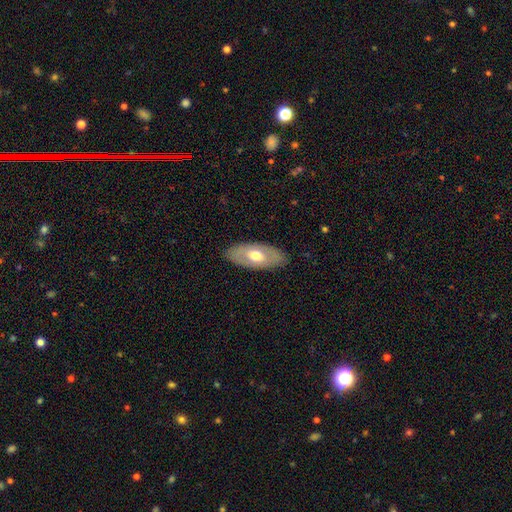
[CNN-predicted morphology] Smooth or featured? Predicted: smooth (p=0.50). Merging? Predicted: none (p=0.84).